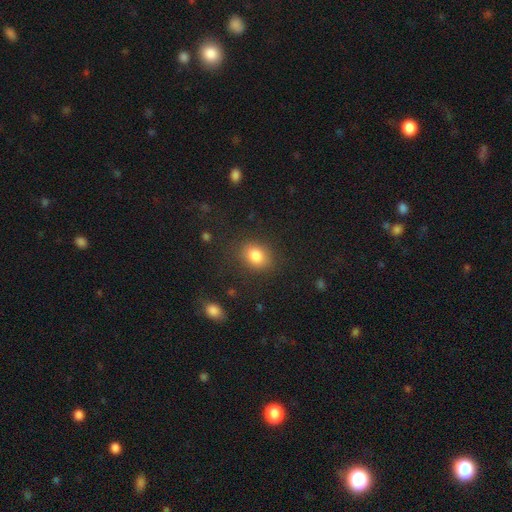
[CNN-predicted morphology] Q: Smooth or featured?
A: smooth (83%); runner-up: star or artifact (10%)
Q: How rounded?
A: in between (54%); runner-up: round (45%)
Q: Merging?
A: none (82%); runner-up: minor disturbance (12%)